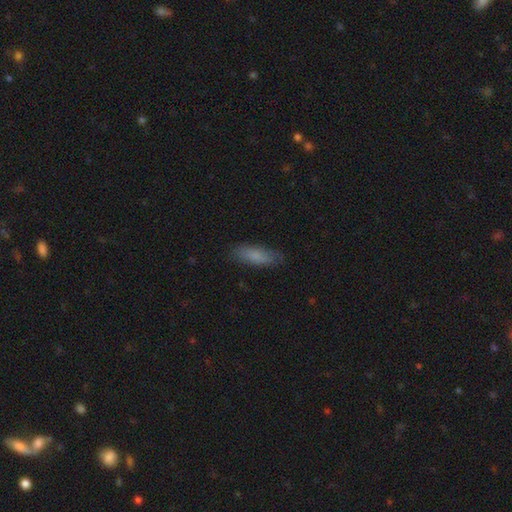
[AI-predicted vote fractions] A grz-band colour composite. It shows a smooth galaxy with no disk features (80%) that is in between round and cigar-shaped (56%). Merging: none (80%).